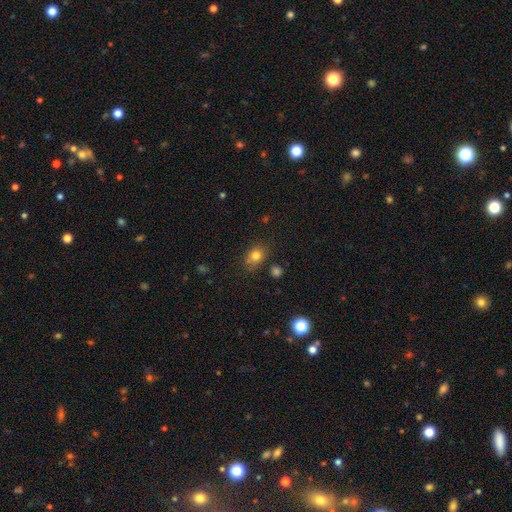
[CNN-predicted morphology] Q: Smooth or featured?
A: smooth (80%); runner-up: star or artifact (12%)
Q: How rounded?
A: in between (53%); runner-up: round (45%)
Q: Merging?
A: none (72%); runner-up: minor disturbance (19%)